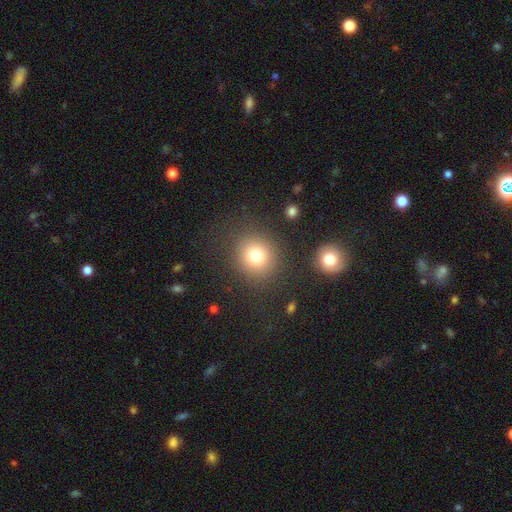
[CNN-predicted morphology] The model was most divided on "smooth or featured": smooth: 77%, star or artifact: 14%, featured or disk: 9%. More confident: how rounded — round (87%); merging — none (84%).